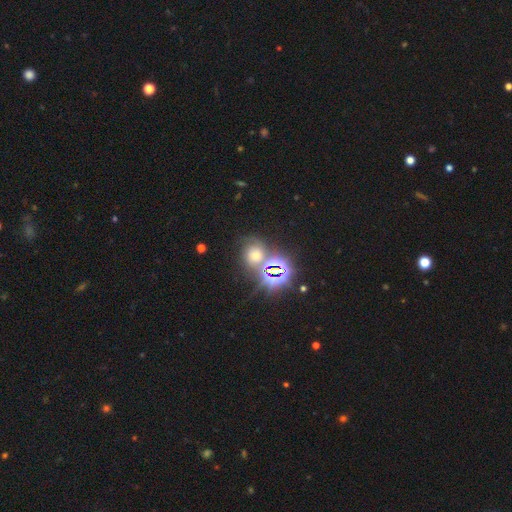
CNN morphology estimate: Smooth or featured? Predicted: star or artifact (p=0.53).